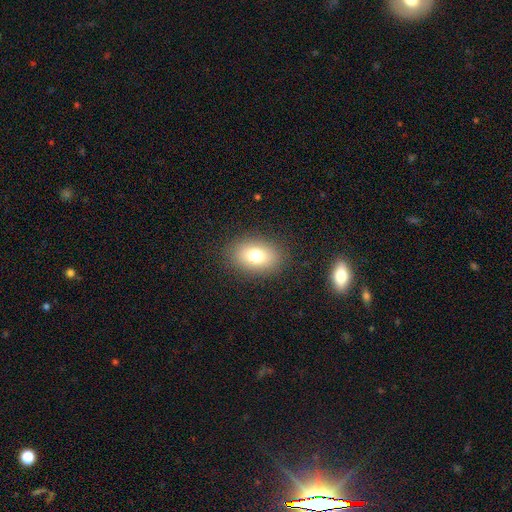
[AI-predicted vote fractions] Smooth or featured?
  - smooth: 77% *
  - featured or disk: 12%
  - star or artifact: 11%
How rounded?
  - in between: 77% *
  - round: 22%
  - cigar-shaped: 1%
Merging?
  - none: 87% *
  - minor disturbance: 9%
  - major disturbance: 4%
  - merger: 1%